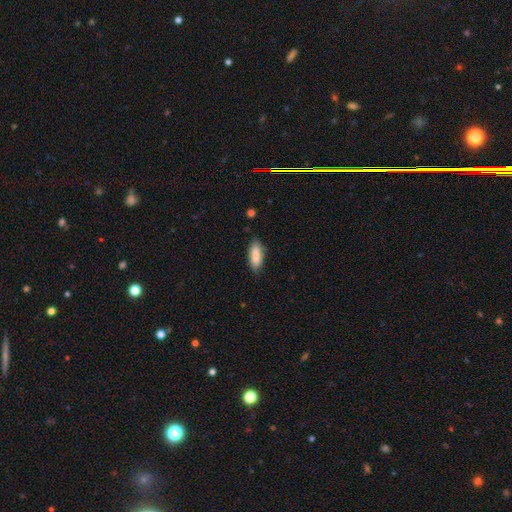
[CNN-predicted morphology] Smooth or featured? Predicted: smooth (p=0.84). How rounded? Predicted: in between (p=0.66). Merging? Predicted: none (p=0.77).